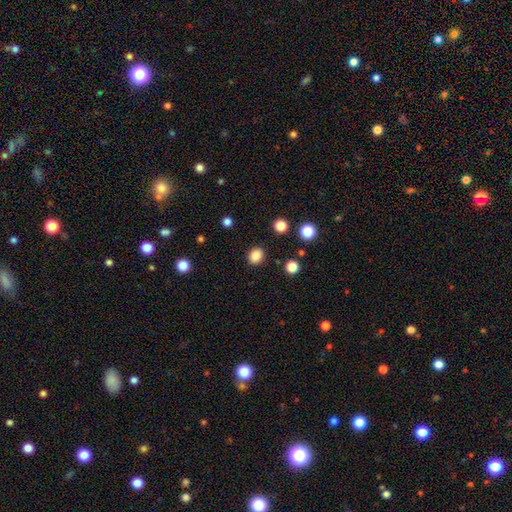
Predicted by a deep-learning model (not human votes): Morphology: type=smooth (86%); roundness=round (62%); merging=none (88%).